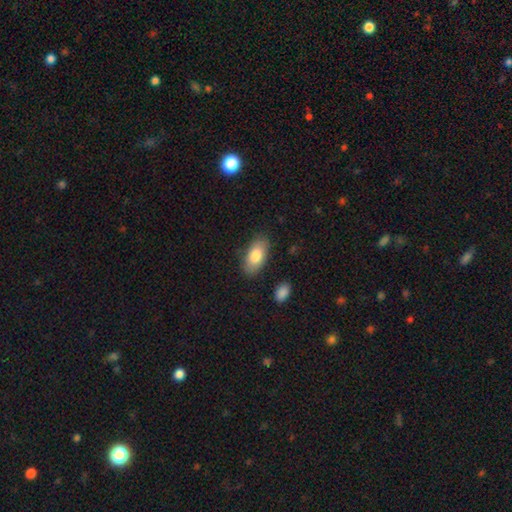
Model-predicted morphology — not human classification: This appears to be a smooth galaxy with no disk features (82%) that is in between round and cigar-shaped (92%). Merging: none (84%).